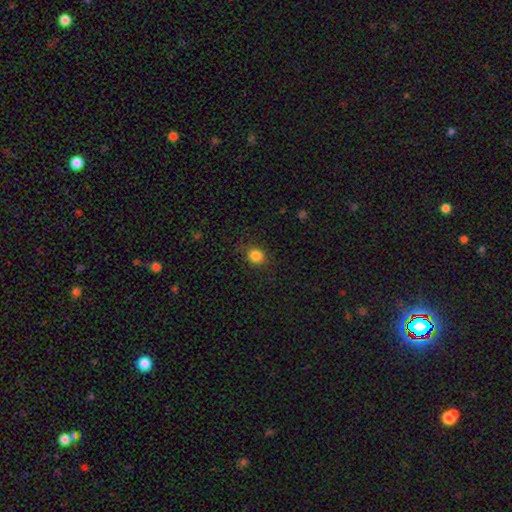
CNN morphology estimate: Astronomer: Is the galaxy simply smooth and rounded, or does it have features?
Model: smooth — 84%.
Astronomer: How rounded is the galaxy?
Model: round — 79%.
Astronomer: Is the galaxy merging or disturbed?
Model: none — 84%.